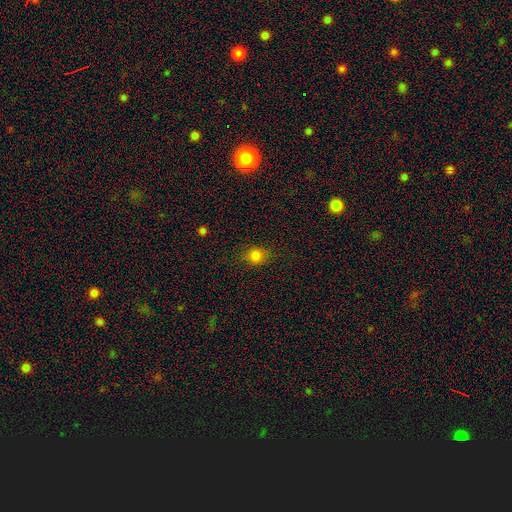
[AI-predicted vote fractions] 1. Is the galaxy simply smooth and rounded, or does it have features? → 83% smooth, 13% star or artifact, 4% featured or disk.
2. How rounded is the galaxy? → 75% round, 23% in between, 1% cigar-shaped.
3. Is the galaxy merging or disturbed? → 83% none, 12% minor disturbance, 4% major disturbance, 1% merger.